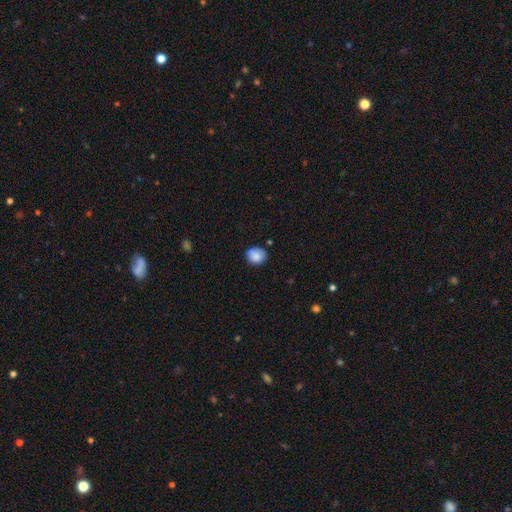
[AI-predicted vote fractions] This appears to be a smooth galaxy with no disk features (86%) that is round (65%). Merging: none (74%).